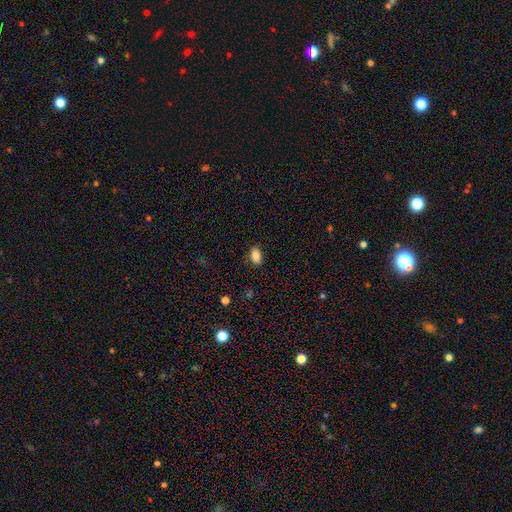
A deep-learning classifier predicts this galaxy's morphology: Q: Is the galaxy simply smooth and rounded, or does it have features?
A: smooth — 86%.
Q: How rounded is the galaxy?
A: in between — 88%.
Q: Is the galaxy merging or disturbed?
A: none — 85%.